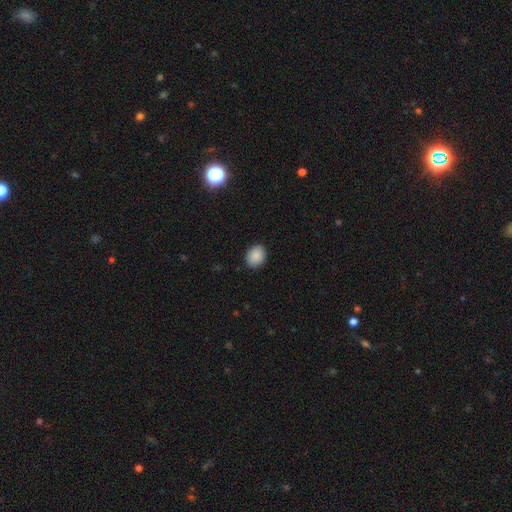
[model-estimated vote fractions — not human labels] smooth_or_featured: smooth (p=0.88) [alt: star or artifact p=0.08]
how_rounded: in between (p=0.56) [alt: round p=0.43]
merging: none (p=0.89) [alt: minor disturbance p=0.08]